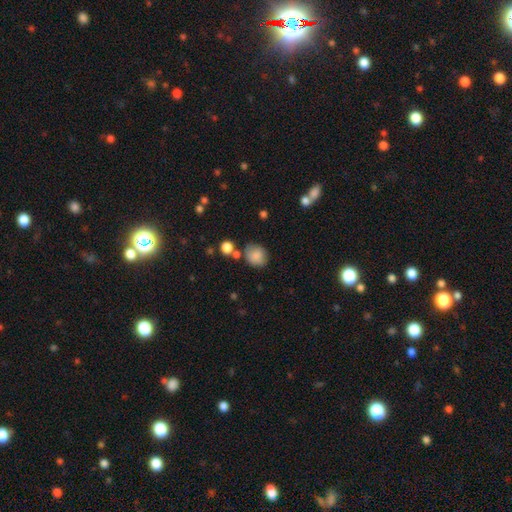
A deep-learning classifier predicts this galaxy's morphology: The model was most divided on "how rounded": round: 67%, in between: 32%, cigar-shaped: 1%. More confident: smooth or featured — smooth (85%); merging — none (71%).